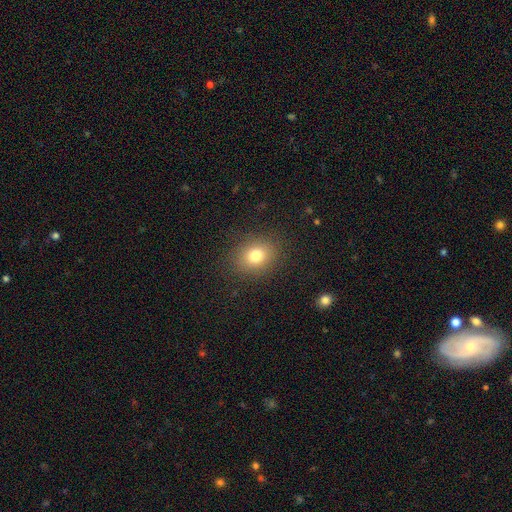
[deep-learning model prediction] This is likely a smooth galaxy (78%). How rounded: possibly round (54%). Merging: clearly none (86%).